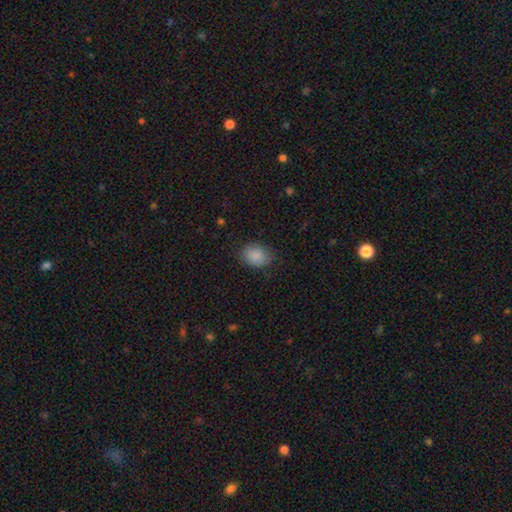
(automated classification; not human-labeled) This appears to be a smooth galaxy with no disk features (88%) that is in between round and cigar-shaped (61%). Merging: none (79%).